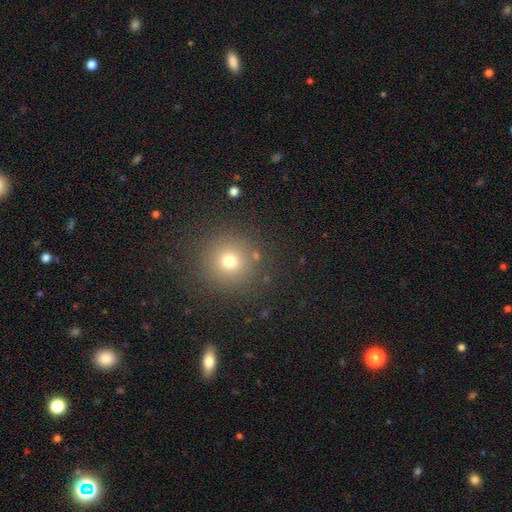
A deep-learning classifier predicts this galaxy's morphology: Smooth or featured?
  - smooth: 69% *
  - star or artifact: 21%
  - featured or disk: 9%
How rounded?
  - round: 93% *
  - in between: 6%
  - cigar-shaped: 1%
Merging?
  - none: 88% *
  - minor disturbance: 7%
  - major disturbance: 3%
  - merger: 3%